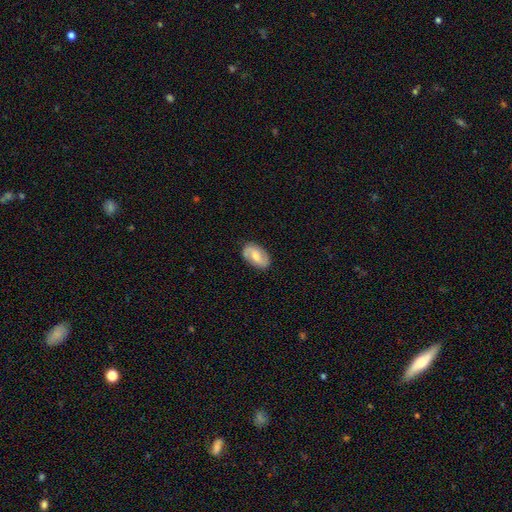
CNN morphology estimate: Overall: featured or disk (62%; smooth 32%). Edge-on disk: no (96%). Bar: weak (49%; no 36%). Spiral arms: yes (88%). Spiral arm count: 2 (87%). Spiral winding: medium (43%; loose 34%). Bulge size: moderate (61%; small 26%). Merging: none (84%).